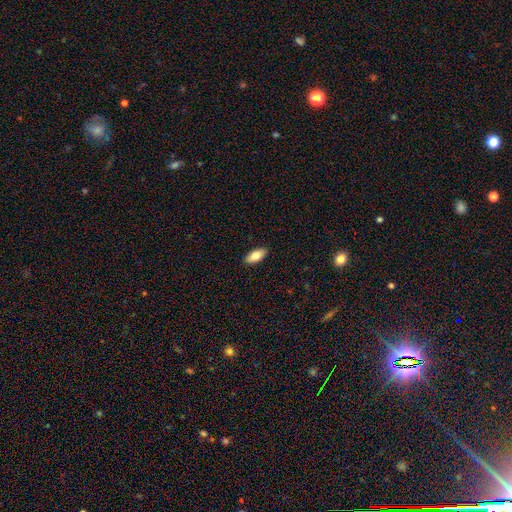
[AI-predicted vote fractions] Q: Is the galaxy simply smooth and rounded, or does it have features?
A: smooth — 81%.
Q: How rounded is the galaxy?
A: in between — 89%.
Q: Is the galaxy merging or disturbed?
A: none — 90%.